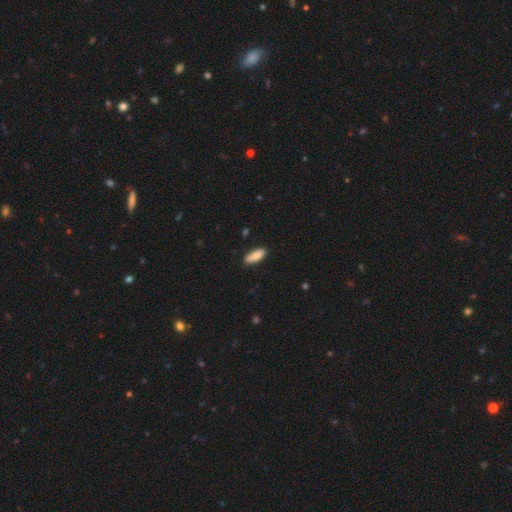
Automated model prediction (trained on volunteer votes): A smooth galaxy with no disk features (87%) that is in between round and cigar-shaped (66%). Merging: none (84%).